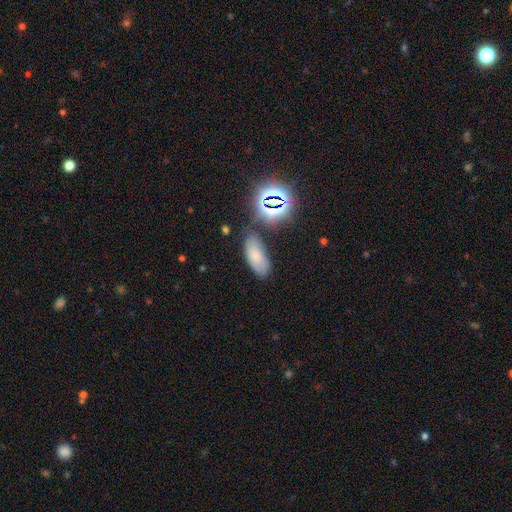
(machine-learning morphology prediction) The model was most divided on "smooth or featured": smooth: 63%, star or artifact: 21%, featured or disk: 16%. More confident: how rounded — in between (86%); merging — none (71%).